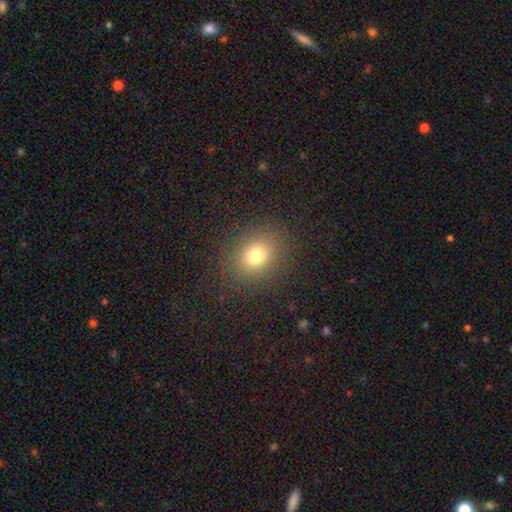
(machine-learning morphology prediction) The model was most divided on "how rounded": round: 59%, in between: 40%, cigar-shaped: 1%. More confident: merging — none (87%); smooth or featured — smooth (76%).